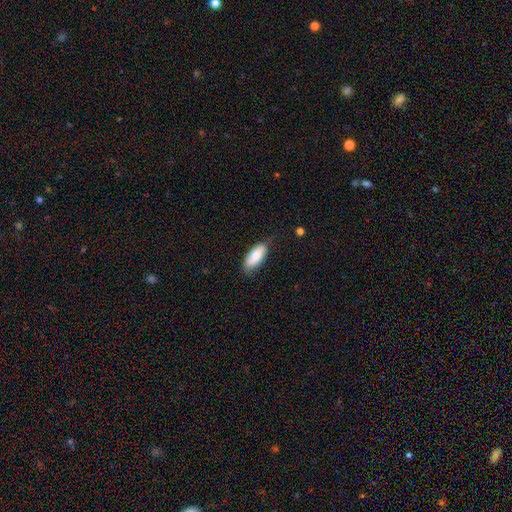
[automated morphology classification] This appears to be a smooth galaxy with no disk features (84%) that is in between round and cigar-shaped (80%). Merging: none (75%).